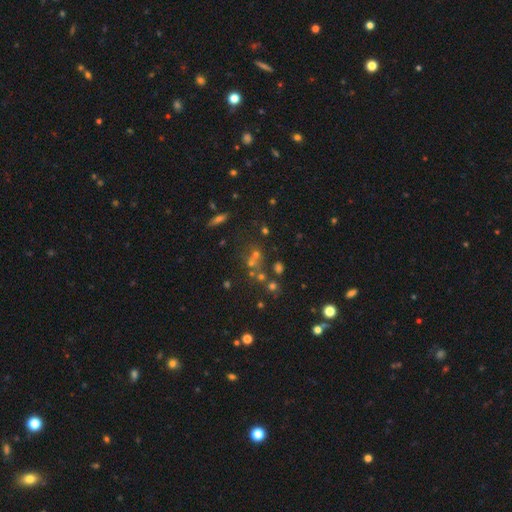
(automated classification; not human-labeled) Smooth or featured: star or artifact — 46% (smooth — 34%)